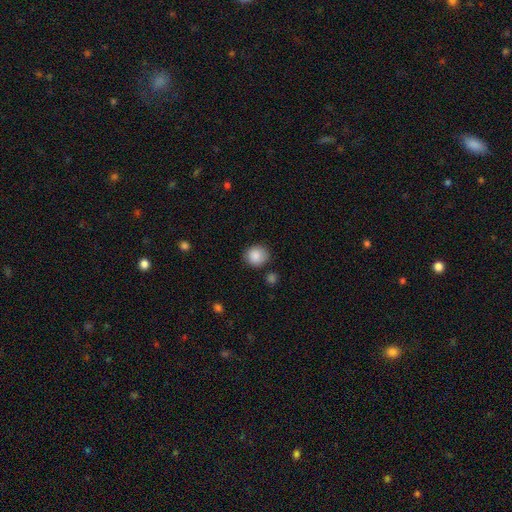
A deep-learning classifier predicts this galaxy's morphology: A smooth galaxy with no disk features (88%) that is round (82%). Merging: none (83%).